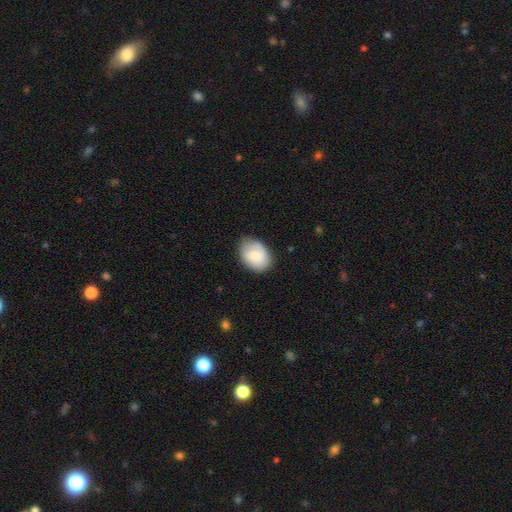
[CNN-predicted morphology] Smooth or featured? smooth (77%)
How rounded? in between (74%)
Merging? none (72%)